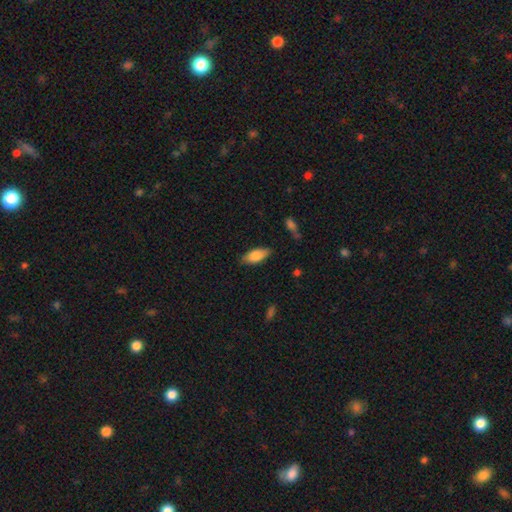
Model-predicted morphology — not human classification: The model was most divided on "smooth or featured": smooth: 78%, featured or disk: 15%, star or artifact: 6%. More confident: how rounded — in between (83%); merging — none (83%).